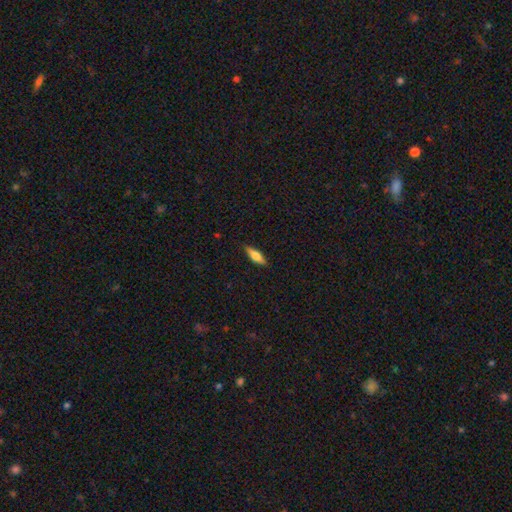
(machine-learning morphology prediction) Smooth or featured?
  - smooth: 64% *
  - featured or disk: 29%
  - star or artifact: 6%
How rounded?
  - in between: 51% *
  - cigar-shaped: 46%
  - round: 2%
Merging?
  - none: 87% *
  - minor disturbance: 10%
  - major disturbance: 2%
  - merger: 1%